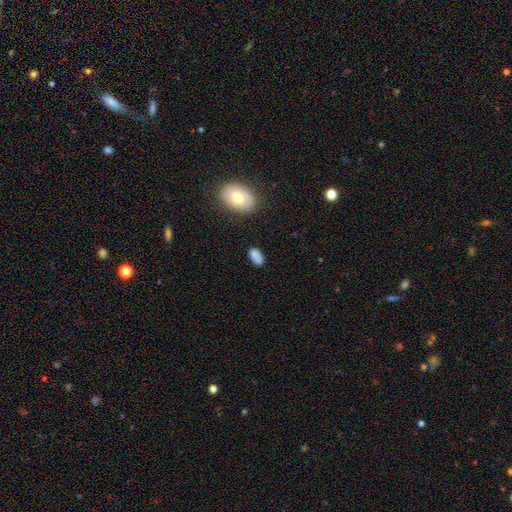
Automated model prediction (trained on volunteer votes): Q: Smooth or featured?
A: smooth (80%); runner-up: featured or disk (10%)
Q: How rounded?
A: in between (90%); runner-up: round (7%)
Q: Merging?
A: none (70%); runner-up: minor disturbance (19%)